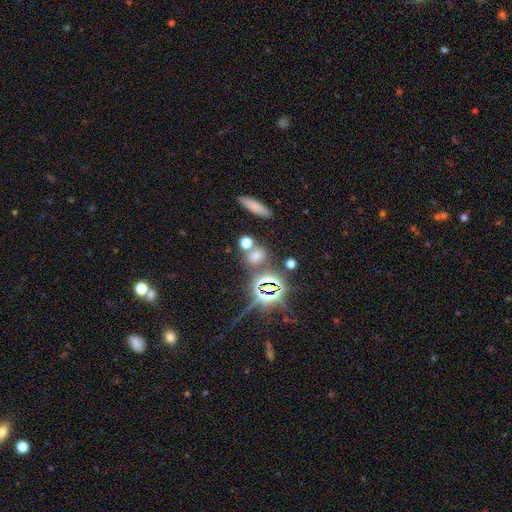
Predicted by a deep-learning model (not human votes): Smooth or featured?
  - smooth: 53% *
  - star or artifact: 38%
  - featured or disk: 9%
How rounded?
  - in between: 51% *
  - round: 43%
  - cigar-shaped: 6%
Merging?
  - none: 66% *
  - merger: 17%
  - minor disturbance: 11%
  - major disturbance: 6%